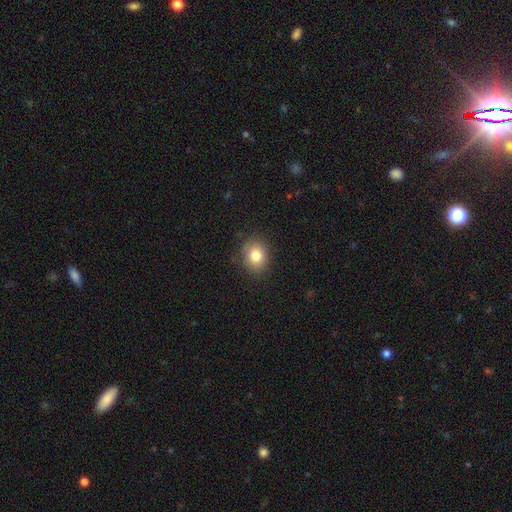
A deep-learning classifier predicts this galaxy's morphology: This is clearly a smooth galaxy (80%). How rounded: likely round (64%). Merging: clearly none (82%).